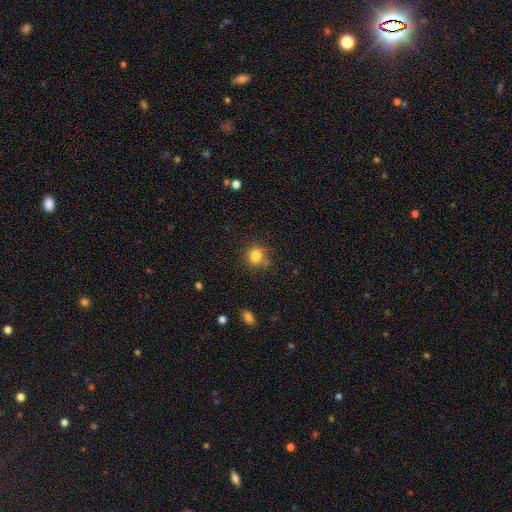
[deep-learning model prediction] A smooth galaxy with no disk features (83%) that is round (85%).

Vote fractions:
- Smooth or featured? smooth: 83% / star or artifact: 11% / featured or disk: 6%
- How rounded? round: 85% / in between: 14% / cigar-shaped: 1%
- Merging? none: 77% / minor disturbance: 13% / merger: 6% / major disturbance: 4%